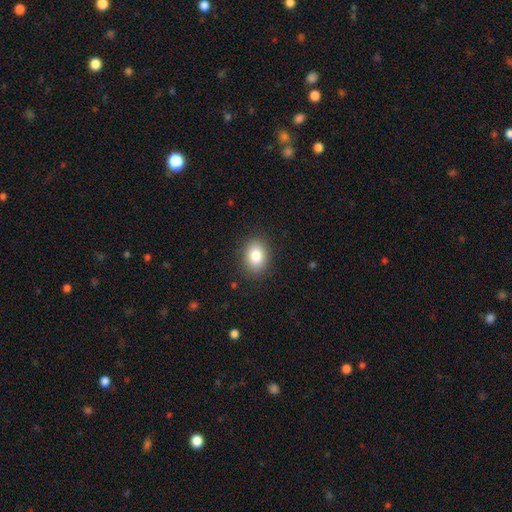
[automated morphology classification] smooth-or-featured: smooth: 83% | star or artifact: 9% | featured or disk: 8%
  how-rounded: in between: 61% | round: 38% | cigar-shaped: 1%
  merging: none: 88% | minor disturbance: 9% | major disturbance: 3% | merger: 1%